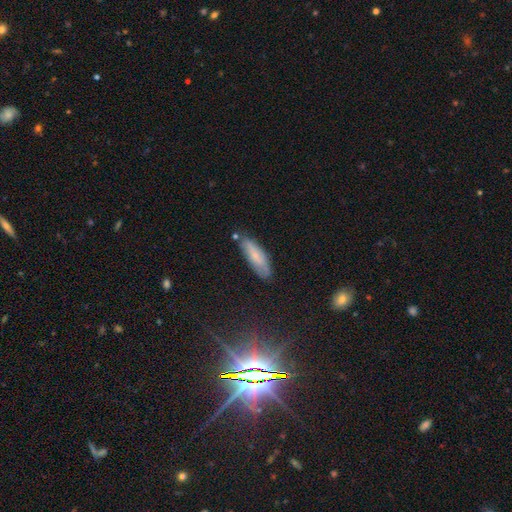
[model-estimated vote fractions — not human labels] Smooth or featured: smooth — 64% (featured or disk — 27%)
How rounded: cigar-shaped — 51% (in between — 47%)
Merging: none — 73% (minor disturbance — 20%)